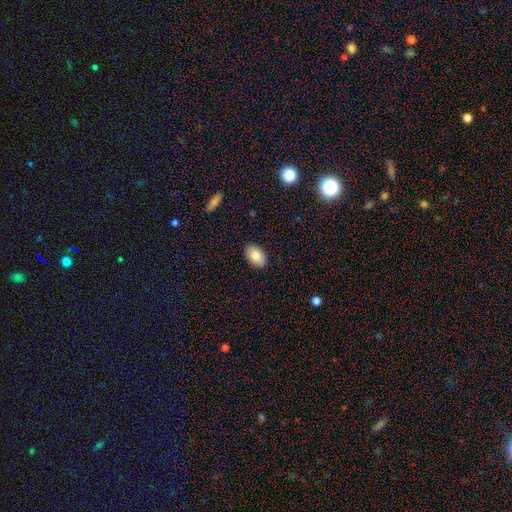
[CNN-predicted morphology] smooth-or-featured: smooth: 82% | featured or disk: 11% | star or artifact: 7%
  how-rounded: in between: 89% | round: 10% | cigar-shaped: 1%
  merging: none: 89% | minor disturbance: 8% | major disturbance: 2% | merger: 1%